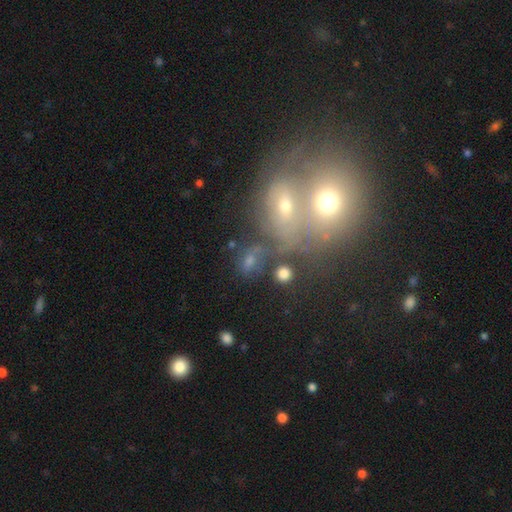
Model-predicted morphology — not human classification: Smooth or featured? smooth (44%)
Merging? merger (62%)